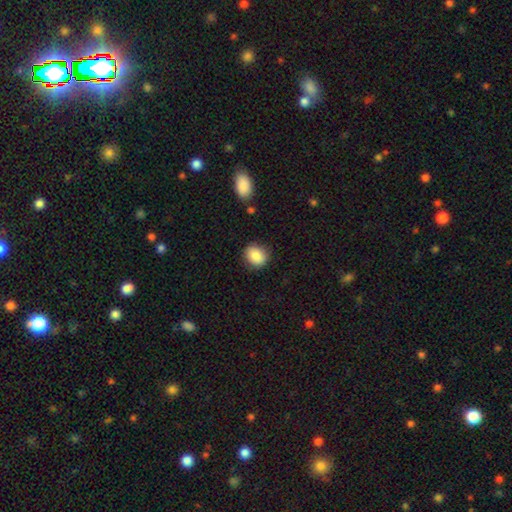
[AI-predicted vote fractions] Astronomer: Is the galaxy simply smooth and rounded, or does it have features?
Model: smooth — 86%.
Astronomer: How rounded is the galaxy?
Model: round — 66%.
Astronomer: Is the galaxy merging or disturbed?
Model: none — 84%.